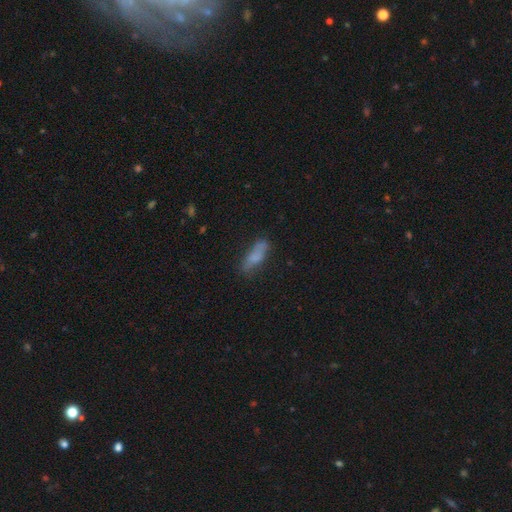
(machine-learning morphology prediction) type=smooth (70%); roundness=in between (55%); merging=none (59%).